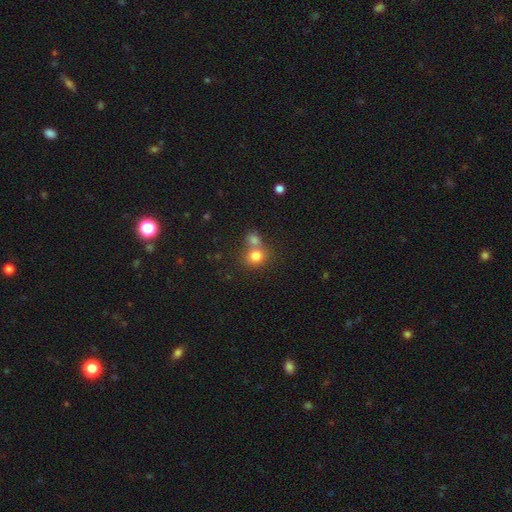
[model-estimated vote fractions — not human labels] This appears to be a smooth galaxy with no disk features (79%) that is round (74%). Merging: merger (46%).